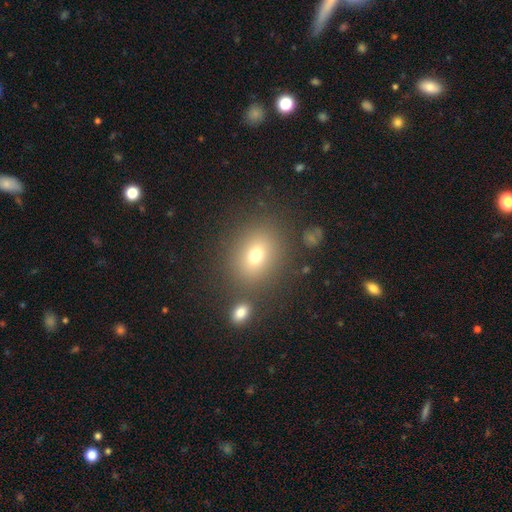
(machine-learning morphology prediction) A smooth galaxy with no disk features (71%) that is round (57%).

Vote fractions:
- Smooth or featured? smooth: 71% / star or artifact: 16% / featured or disk: 13%
- How rounded? round: 57% / in between: 42% / cigar-shaped: 1%
- Merging? none: 79% / minor disturbance: 9% / merger: 8% / major disturbance: 4%